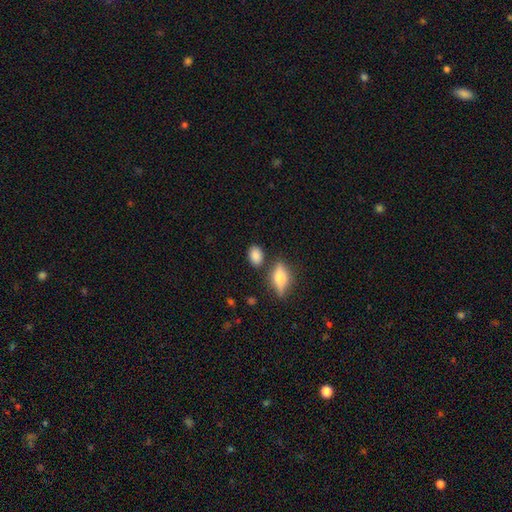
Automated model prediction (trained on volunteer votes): This appears to be a smooth galaxy with no disk features (83%) that is in between round and cigar-shaped (73%). Merging: none (76%).